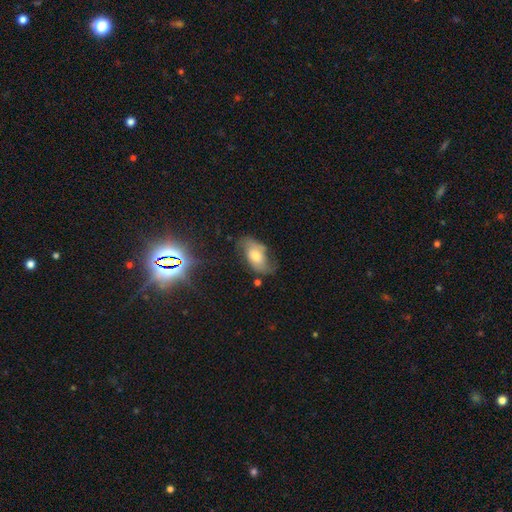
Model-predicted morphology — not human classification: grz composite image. It shows a featured or disk galaxy (46%). Merging: none (56%).